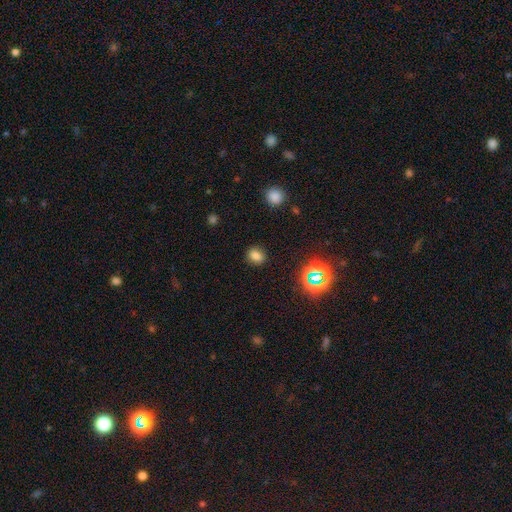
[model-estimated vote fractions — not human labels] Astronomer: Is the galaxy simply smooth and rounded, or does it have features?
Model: smooth — 75%.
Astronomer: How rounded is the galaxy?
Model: in between — 50% (runner-up: round, 49%).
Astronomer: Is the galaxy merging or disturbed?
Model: none — 86%.